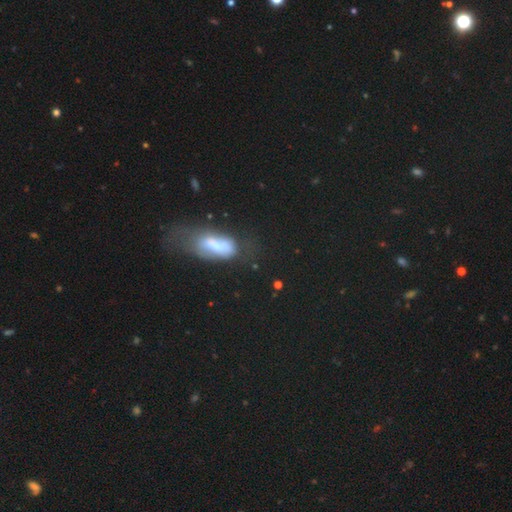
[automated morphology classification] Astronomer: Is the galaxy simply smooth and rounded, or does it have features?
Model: smooth — 50% (runner-up: star or artifact, 29%).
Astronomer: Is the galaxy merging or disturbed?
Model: none — 65%.